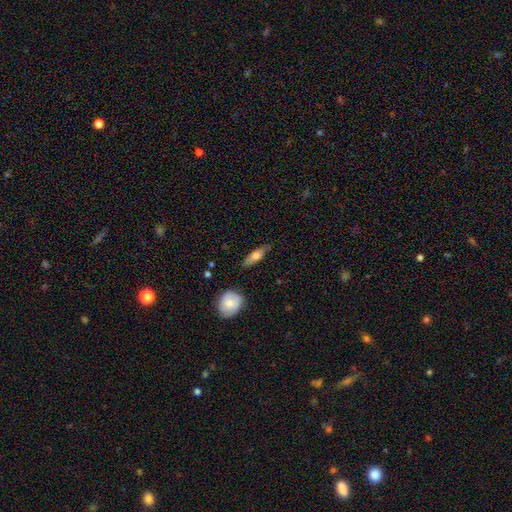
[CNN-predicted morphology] Smooth or featured: smooth — 62% (featured or disk — 32%)
How rounded: cigar-shaped — 51% (in between — 45%)
Merging: none — 77% (minor disturbance — 18%)